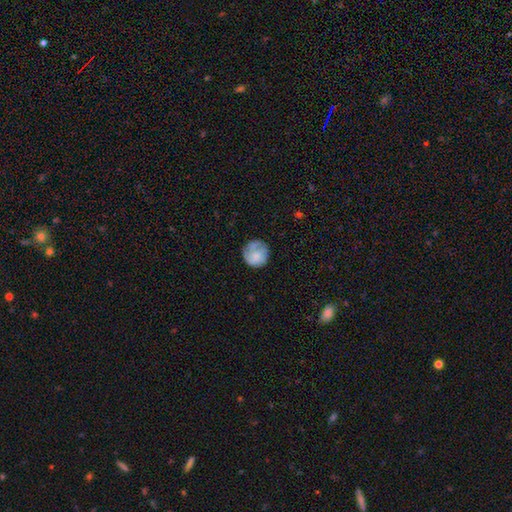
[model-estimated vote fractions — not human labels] Smooth or featured: smooth — 60% (featured or disk — 32%)
How rounded: round — 89% (in between — 10%)
Merging: none — 70% (minor disturbance — 20%)